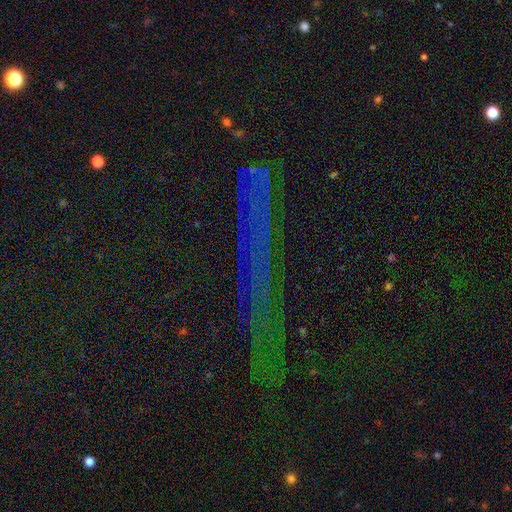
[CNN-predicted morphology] Smooth or featured? star or artifact (77%)